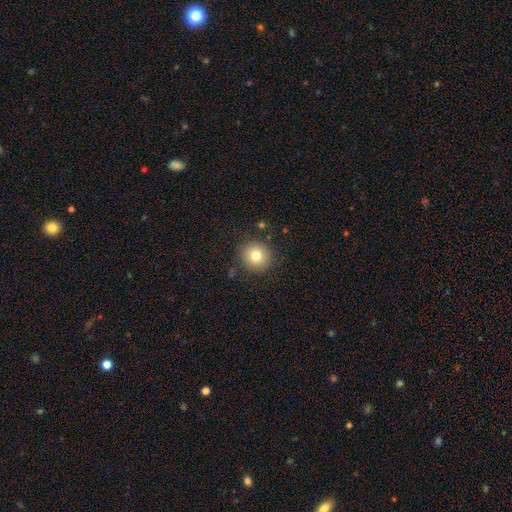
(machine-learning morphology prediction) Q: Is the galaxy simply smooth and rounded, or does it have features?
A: smooth — 77%.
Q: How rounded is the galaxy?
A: round — 92%.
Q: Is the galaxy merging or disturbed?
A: none — 87%.